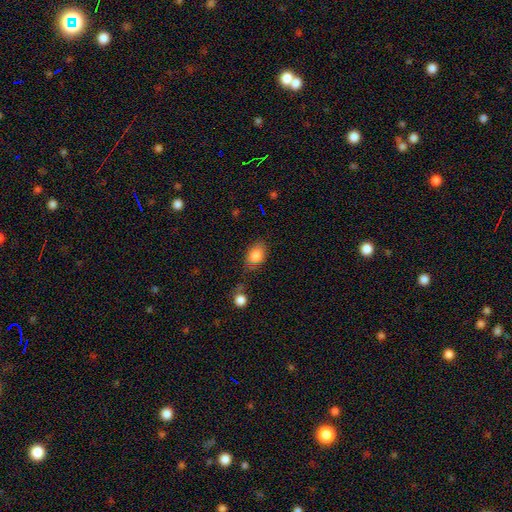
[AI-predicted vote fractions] The model was most divided on "merging": none: 57%, minor disturbance: 23%, merger: 10%, major disturbance: 10%. More confident: smooth or featured — smooth (82%); how rounded — in between (77%).